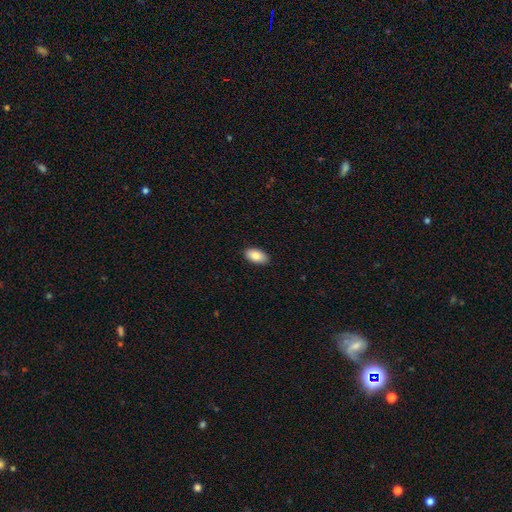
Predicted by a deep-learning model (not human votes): smooth 86%, featured or disk 8%, star or artifact 7%. Down the decision tree: how rounded — in between (95%); merging — none (88%).